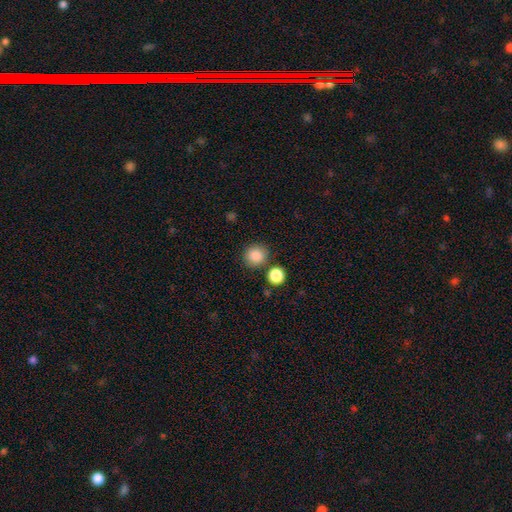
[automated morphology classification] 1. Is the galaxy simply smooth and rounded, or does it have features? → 86% smooth, 10% star or artifact, 4% featured or disk.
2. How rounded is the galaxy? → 89% round, 10% in between, 1% cigar-shaped.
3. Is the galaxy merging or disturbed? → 81% none, 8% minor disturbance, 8% merger, 3% major disturbance.